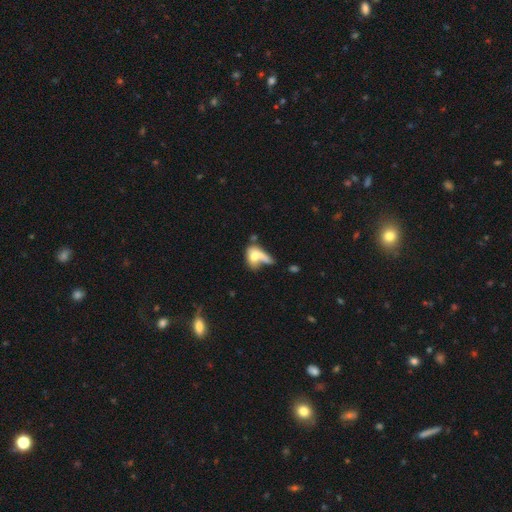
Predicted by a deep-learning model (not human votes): A smooth galaxy with no disk features (60%) that is in between round and cigar-shaped (69%). Merging: merger (42%).